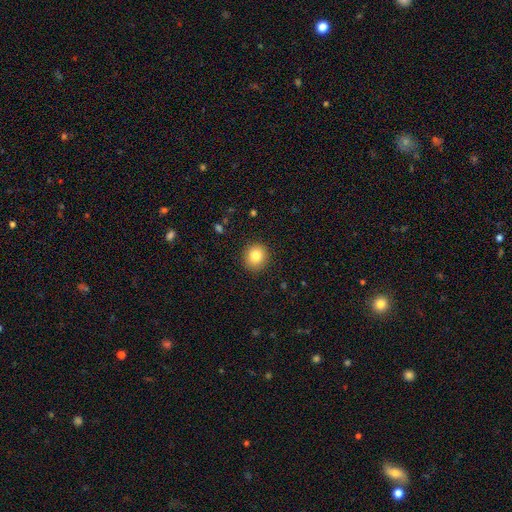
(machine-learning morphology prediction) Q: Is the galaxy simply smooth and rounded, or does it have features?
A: smooth — 82%.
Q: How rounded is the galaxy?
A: round — 87%.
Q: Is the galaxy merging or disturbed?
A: none — 90%.